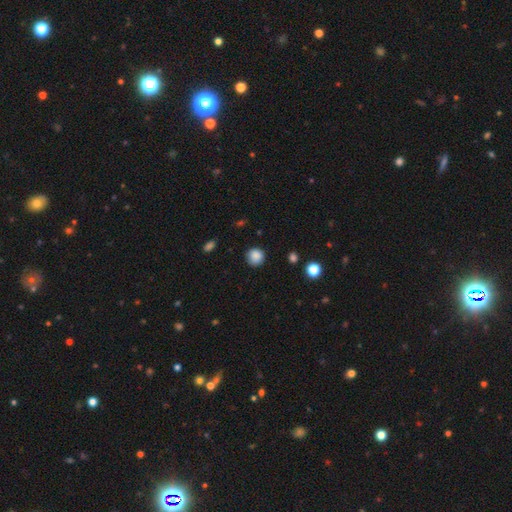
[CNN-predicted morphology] Smooth or featured: smooth — 86% (star or artifact — 10%)
How rounded: round — 91% (in between — 8%)
Merging: none — 85% (minor disturbance — 11%)